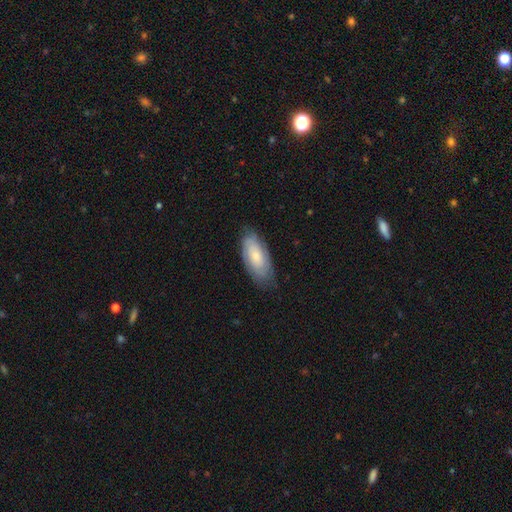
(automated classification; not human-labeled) Smooth or featured? smooth (53%)
How rounded? in between (85%)
Merging? none (75%)